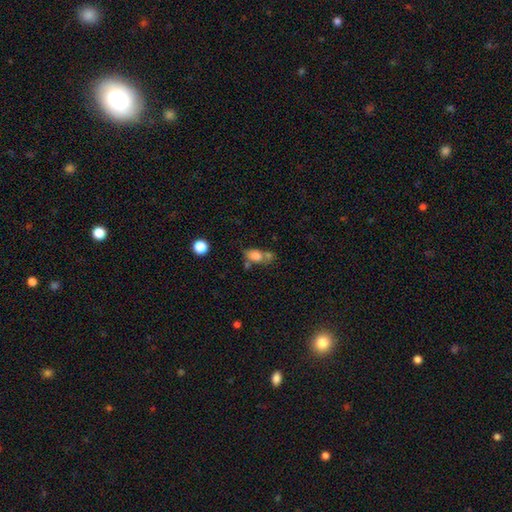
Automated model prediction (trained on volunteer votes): smooth_or_featured: smooth (p=0.78) [alt: star or artifact p=0.11]
how_rounded: in between (p=0.75) [alt: round p=0.22]
merging: merger (p=0.39) [tied with: none p=0.39]